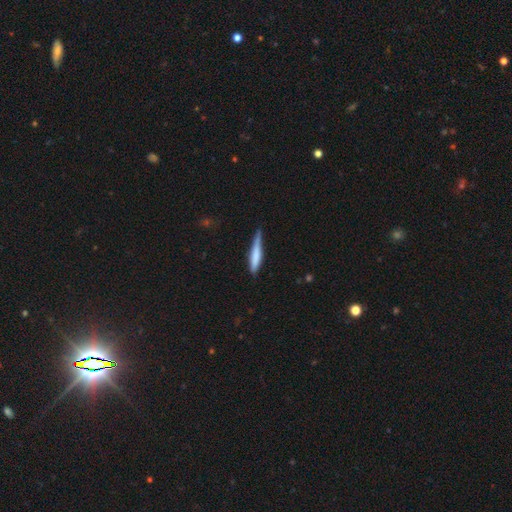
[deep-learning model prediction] Smooth or featured: smooth — 69% (featured or disk — 26%)
How rounded: cigar-shaped — 91% (in between — 7%)
Merging: none — 62% (minor disturbance — 30%)